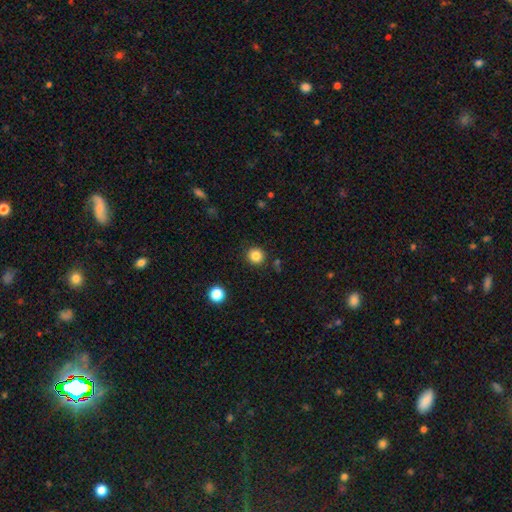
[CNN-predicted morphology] Q: Smooth or featured?
A: smooth (84%); runner-up: star or artifact (12%)
Q: How rounded?
A: round (93%); runner-up: in between (7%)
Q: Merging?
A: none (89%); runner-up: minor disturbance (7%)